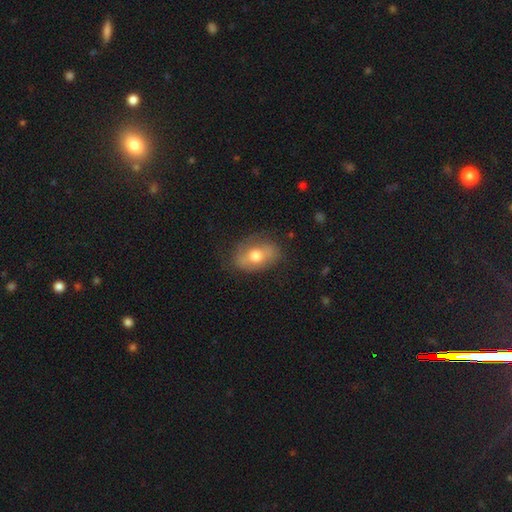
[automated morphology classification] A smooth galaxy with no disk features (54%) that is in between round and cigar-shaped (81%). Merging: none (74%).